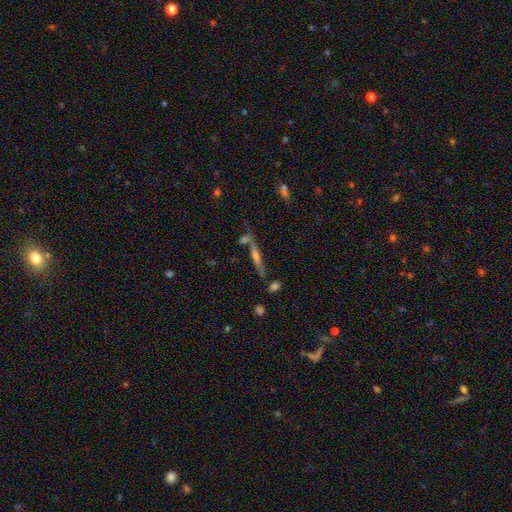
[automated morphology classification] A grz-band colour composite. It shows a featured or disk galaxy (68%) viewed edge-on (95%) with a rounded central bulge (80%). Merging: none (73%).